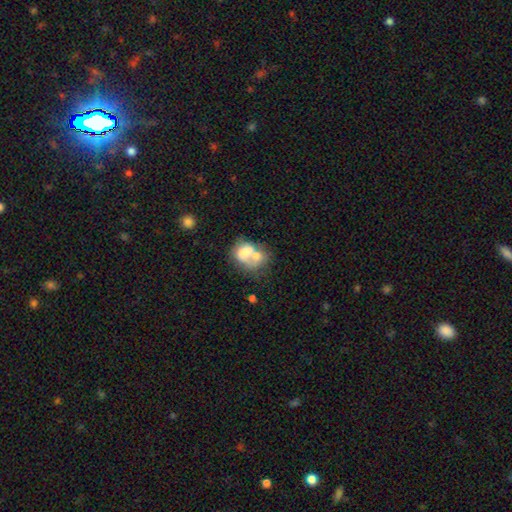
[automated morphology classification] smooth 60%, featured or disk 31%, star or artifact 9%. Down the decision tree: how rounded — in between (57%); merging — merger (65%).